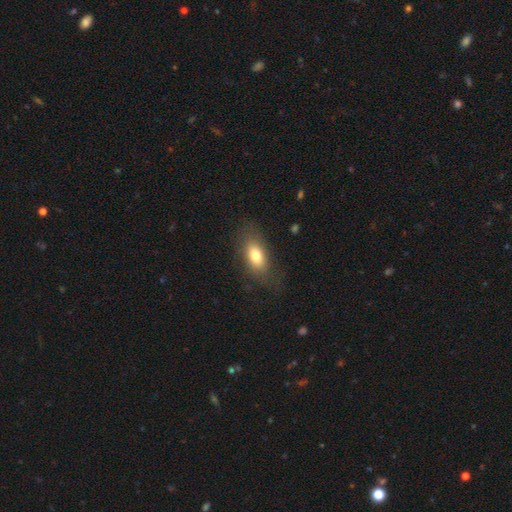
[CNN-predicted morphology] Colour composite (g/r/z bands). It shows a smooth galaxy with no disk features (76%) that is in between round and cigar-shaped (84%). Merging: none (76%).